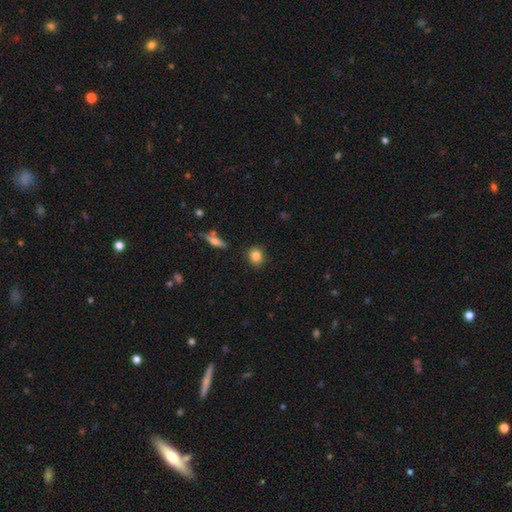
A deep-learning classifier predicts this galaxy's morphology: smooth 84%, star or artifact 9%, featured or disk 7%. Down the decision tree: how rounded — round (66%); merging — none (84%).